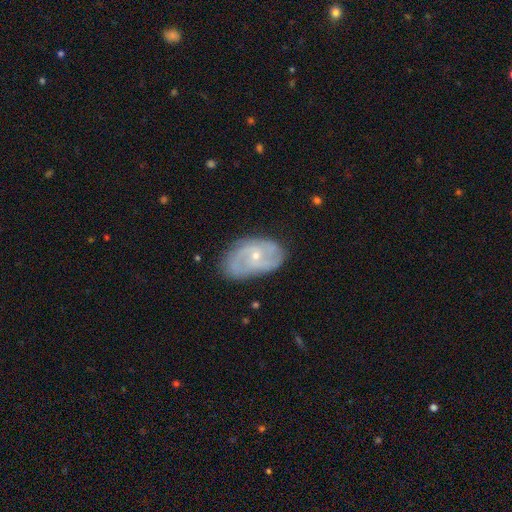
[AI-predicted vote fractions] Morphology: type=featured or disk (76%); edge-on=no (96%); bar=no (65%); spiral arms=yes (88%); winding=medium (45%); arm count=2 (53%); bulge=small (71%); merging=none (69%).